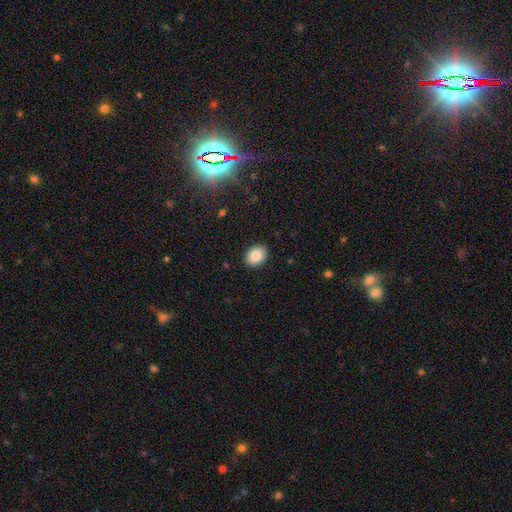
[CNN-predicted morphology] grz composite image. It shows a smooth galaxy with no disk features (87%) that is in between round and cigar-shaped (68%). Merging: none (89%).